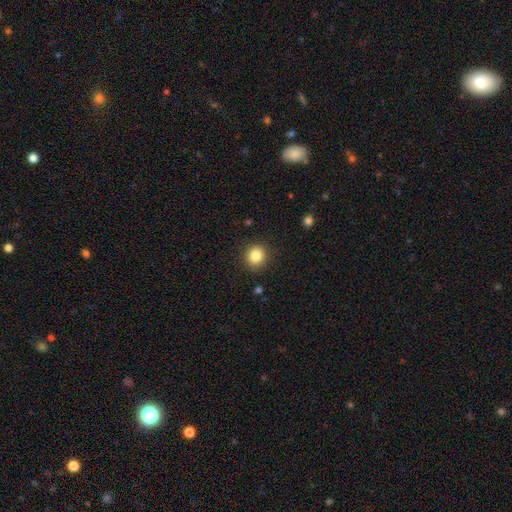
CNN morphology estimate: Smooth or featured: smooth — 85% (star or artifact — 10%)
How rounded: round — 88% (in between — 11%)
Merging: none — 90% (minor disturbance — 7%)